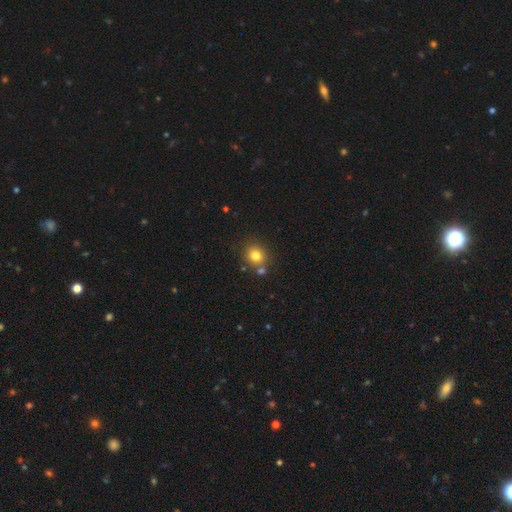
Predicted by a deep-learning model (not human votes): Smooth or featured? Predicted: smooth (p=0.80). How rounded? Predicted: round (p=0.83). Merging? Predicted: none (p=0.72).